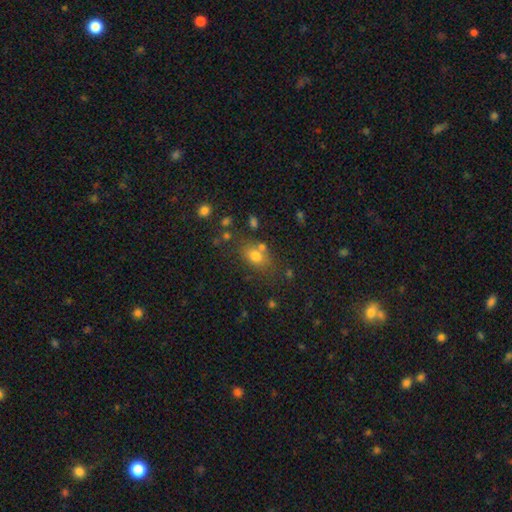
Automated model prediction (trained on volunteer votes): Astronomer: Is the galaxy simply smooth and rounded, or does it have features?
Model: smooth — 74%.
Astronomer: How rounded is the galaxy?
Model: in between — 67%.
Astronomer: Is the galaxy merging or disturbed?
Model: none — 61%.